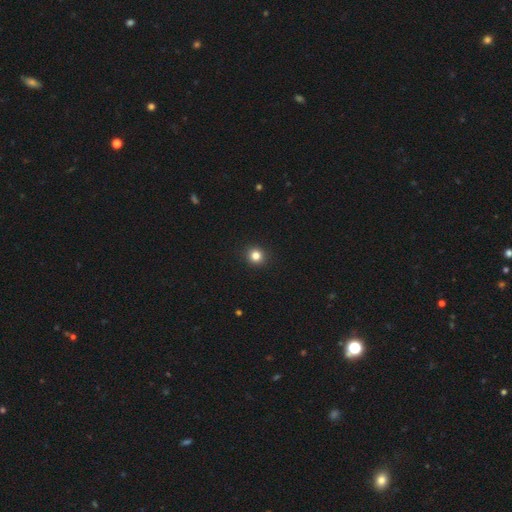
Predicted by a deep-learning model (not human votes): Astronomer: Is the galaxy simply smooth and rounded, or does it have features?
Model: smooth — 83%.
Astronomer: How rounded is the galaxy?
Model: round — 90%.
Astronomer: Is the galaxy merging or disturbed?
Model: none — 93%.